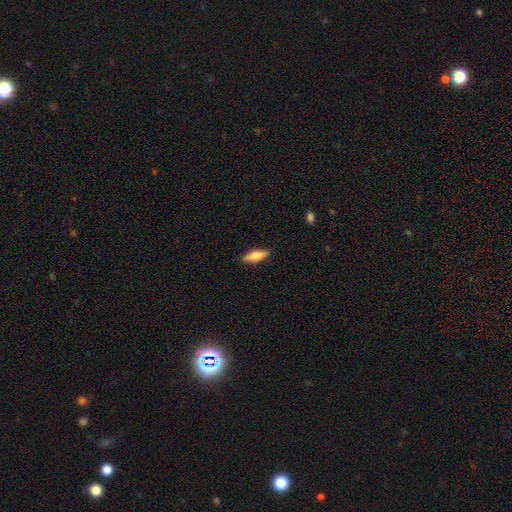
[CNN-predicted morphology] Smooth or featured: smooth — 62% (featured or disk — 32%)
How rounded: in between — 56% (cigar-shaped — 41%)
Merging: none — 89% (minor disturbance — 8%)